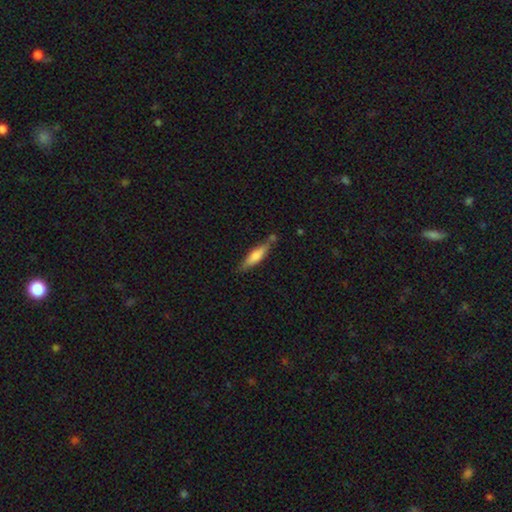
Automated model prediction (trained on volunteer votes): smooth-or-featured: smooth: 64% | featured or disk: 30% | star or artifact: 6%
  how-rounded: cigar-shaped: 75% | in between: 23% | round: 2%
  merging: none: 70% | minor disturbance: 17% | merger: 9% | major disturbance: 4%